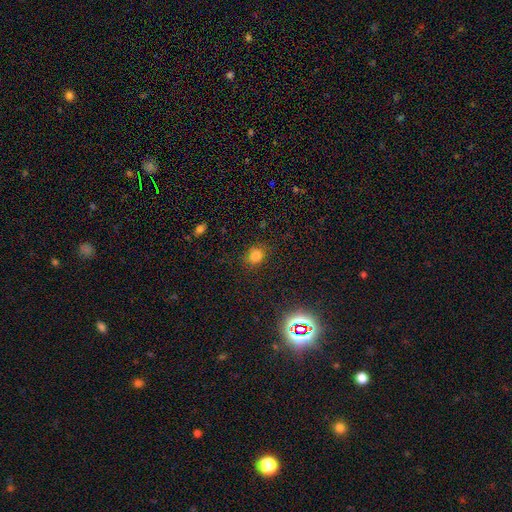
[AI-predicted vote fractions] smooth-or-featured: smooth: 78% | star or artifact: 17% | featured or disk: 5%
  how-rounded: round: 64% | in between: 35% | cigar-shaped: 1%
  merging: none: 81% | minor disturbance: 13% | major disturbance: 4% | merger: 2%